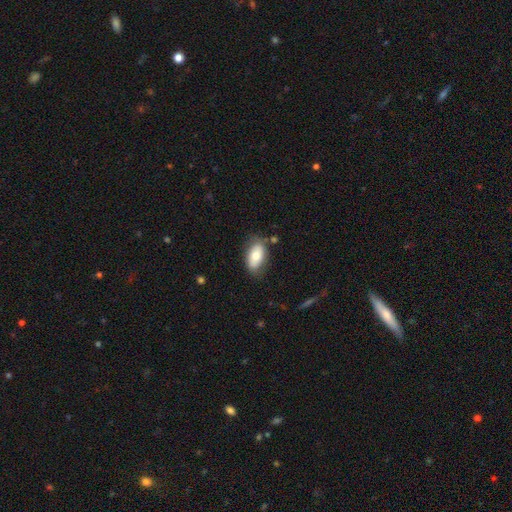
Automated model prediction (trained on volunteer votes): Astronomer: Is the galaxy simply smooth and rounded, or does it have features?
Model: smooth — 74%.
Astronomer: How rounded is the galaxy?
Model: in between — 93%.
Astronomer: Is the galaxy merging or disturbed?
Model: none — 75%.